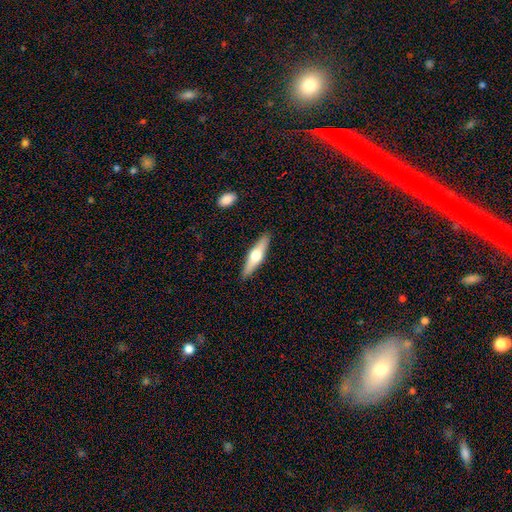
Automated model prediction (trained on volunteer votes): Overall: featured or disk (56%; smooth 38%). Edge-on disk: yes (95%). Edge-on bulge: rounded (94%). Merging: none (90%).